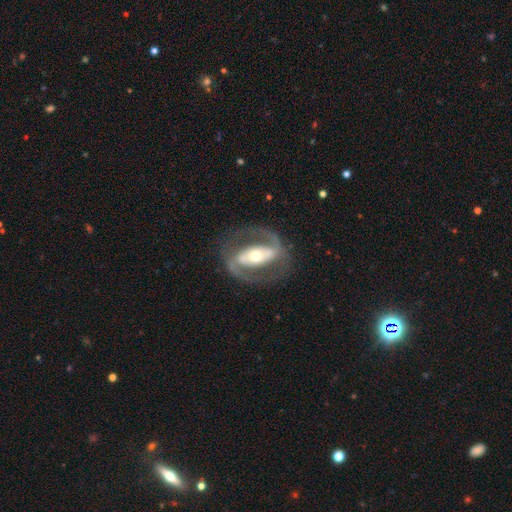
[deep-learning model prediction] featured or disk 87%, smooth 9%, star or artifact 4%. Down the decision tree: edge-on disk — no (95%); bar — strong (57%); spiral arms — yes (85%); spiral arm count — 2 (90%); spiral winding — medium (53%); bulge size — moderate (60%); merging — none (78%).